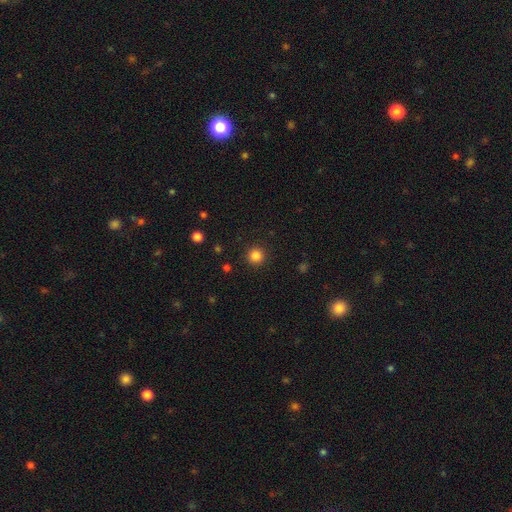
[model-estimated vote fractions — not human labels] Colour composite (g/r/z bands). It shows a smooth galaxy with no disk features (84%) that is round (95%). Merging: none (92%).